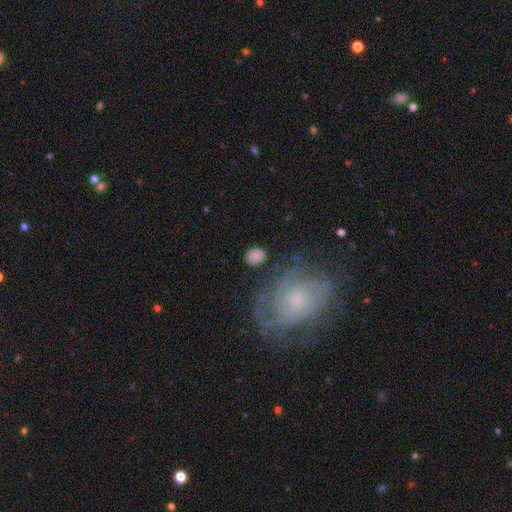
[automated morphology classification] Smooth or featured: smooth — 81% (featured or disk — 10%)
How rounded: round — 61% (in between — 38%)
Merging: none — 80% (minor disturbance — 11%)